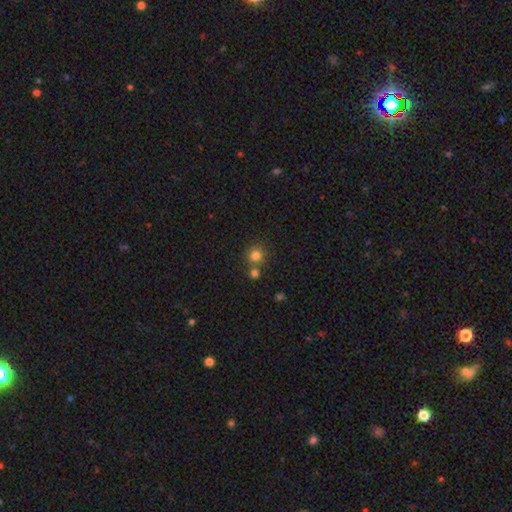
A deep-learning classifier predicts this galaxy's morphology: Q: Smooth or featured?
A: smooth (80%); runner-up: star or artifact (14%)
Q: How rounded?
A: round (91%); runner-up: in between (8%)
Q: Merging?
A: none (69%); runner-up: merger (21%)